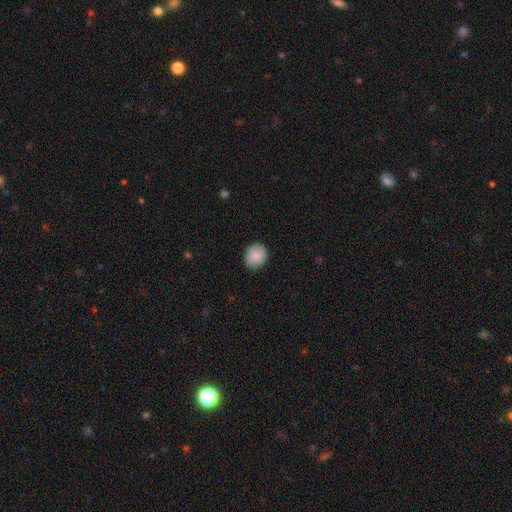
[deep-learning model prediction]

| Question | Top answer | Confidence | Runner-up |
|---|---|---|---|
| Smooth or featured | smooth | 88% | star or artifact (7%) |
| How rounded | round | 73% | in between (26%) |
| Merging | none | 86% | minor disturbance (10%) |